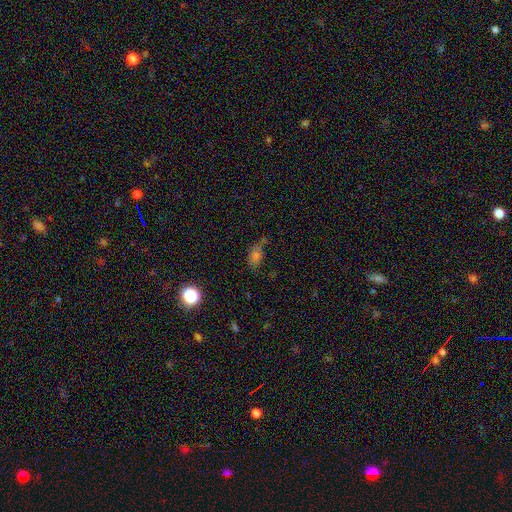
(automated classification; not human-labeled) Q: Smooth or featured?
A: smooth (65%); runner-up: star or artifact (23%)
Q: How rounded?
A: in between (78%); runner-up: round (17%)
Q: Merging?
A: none (54%); runner-up: minor disturbance (24%)